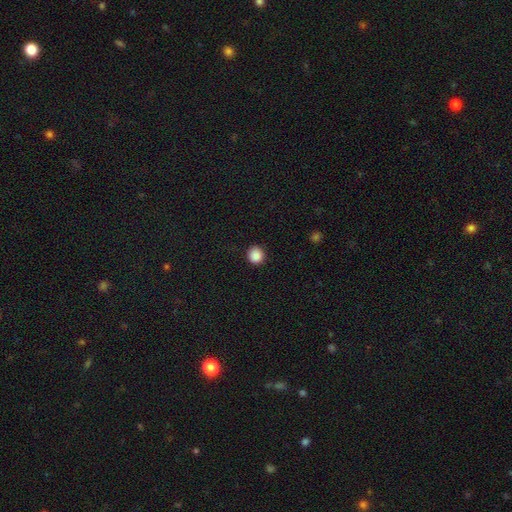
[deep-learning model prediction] Overall: smooth (88%). How rounded: round (90%). Merging: none (91%).